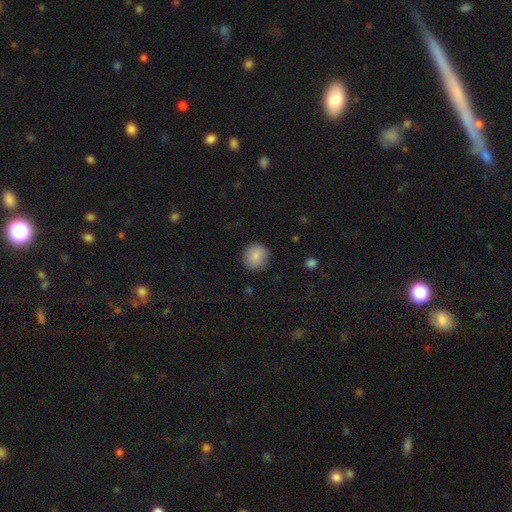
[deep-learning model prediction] Smooth or featured?
  - smooth: 87% *
  - star or artifact: 8%
  - featured or disk: 5%
How rounded?
  - round: 90% *
  - in between: 9%
  - cigar-shaped: 1%
Merging?
  - none: 86% *
  - minor disturbance: 10%
  - major disturbance: 3%
  - merger: 1%